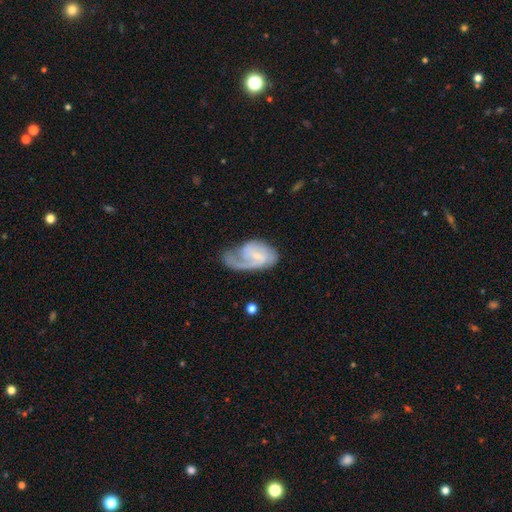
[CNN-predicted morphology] Smooth or featured: featured or disk — 77% (smooth — 18%)
Edge-on disk: no — 97% (yes — 3%)
Bar: weak — 50% (no — 37%)
Spiral arms: yes — 91% (no — 9%)
Spiral winding: medium — 44% (loose — 28%)
Spiral arm count: 1 — 47% (2 — 35%)
Bulge size: small — 66% (moderate — 19%)
Merging: none — 35% (major disturbance — 34%)